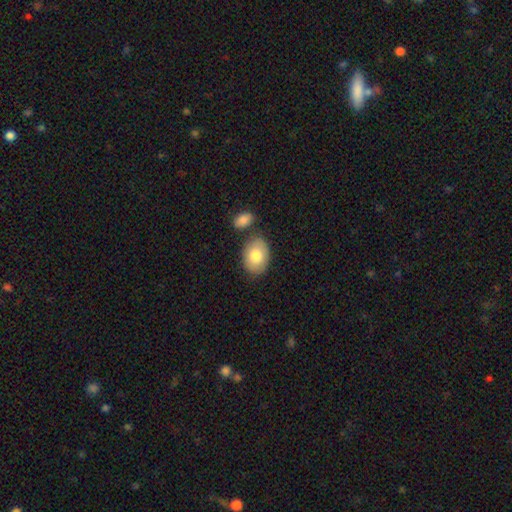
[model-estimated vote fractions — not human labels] Smooth or featured?
  - smooth: 80% *
  - featured or disk: 14%
  - star or artifact: 6%
How rounded?
  - in between: 76% *
  - round: 22%
  - cigar-shaped: 1%
Merging?
  - none: 73% *
  - minor disturbance: 14%
  - merger: 10%
  - major disturbance: 3%